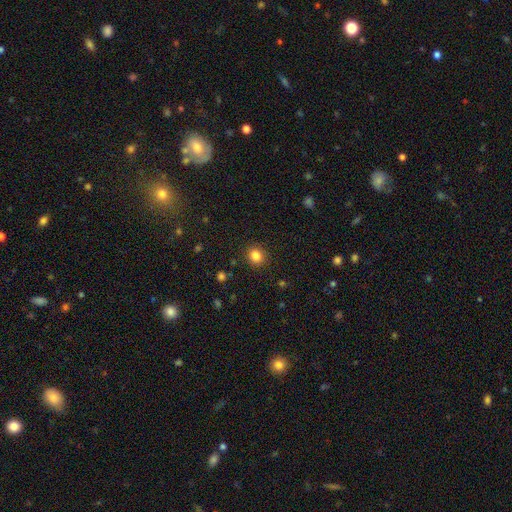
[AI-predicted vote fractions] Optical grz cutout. It shows a smooth galaxy with no disk features (84%) that is round (81%). Merging: none (90%).